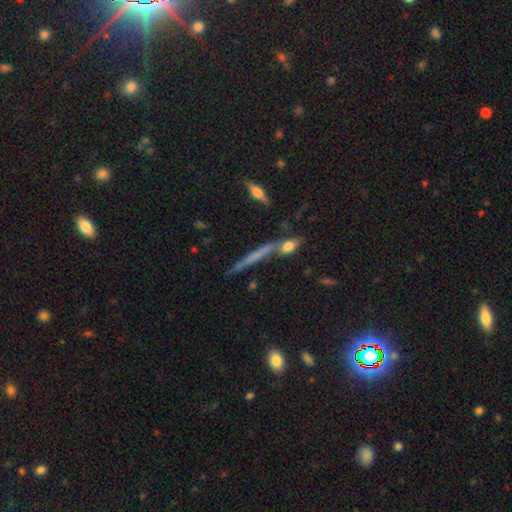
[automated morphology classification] smooth_or_featured: featured or disk (p=0.50) [alt: smooth p=0.37]
merging: none (p=0.68) [alt: minor disturbance p=0.14]